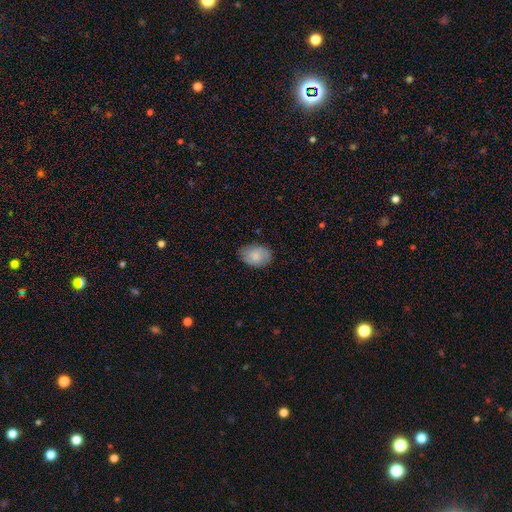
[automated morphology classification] Smooth or featured? Predicted: smooth (p=0.81). How rounded? Predicted: in between (p=0.78). Merging? Predicted: none (p=0.79).